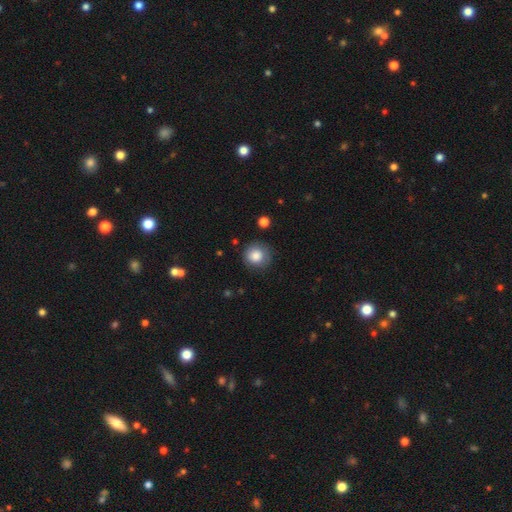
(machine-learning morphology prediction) type=smooth (83%); roundness=round (92%); merging=none (80%).